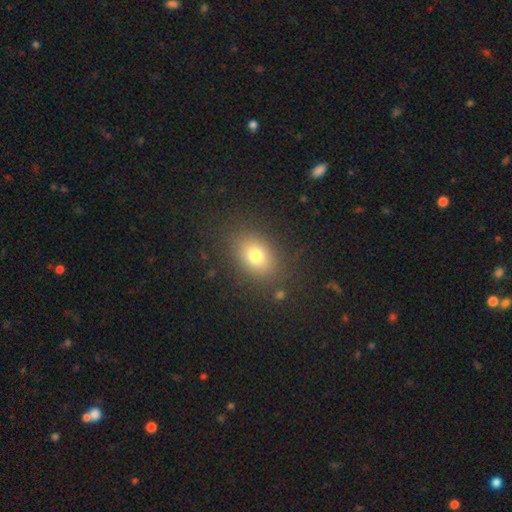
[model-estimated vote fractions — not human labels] Morphology: type=smooth (75%); roundness=in between (67%); merging=none (84%).